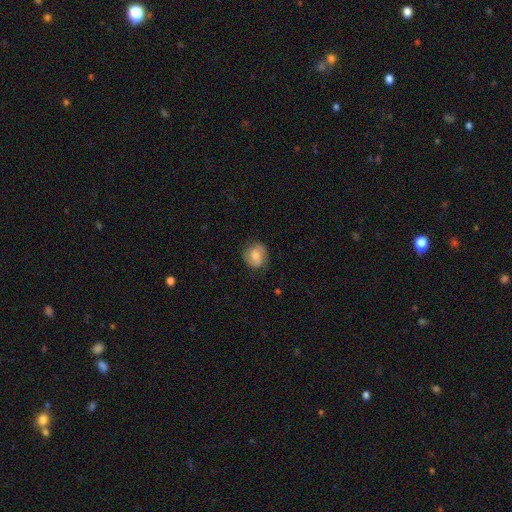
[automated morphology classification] The model was most divided on "smooth or featured" (2-way tie): smooth: 46%, featured or disk: 46%, star or artifact: 8%. More confident: merging — none (73%).